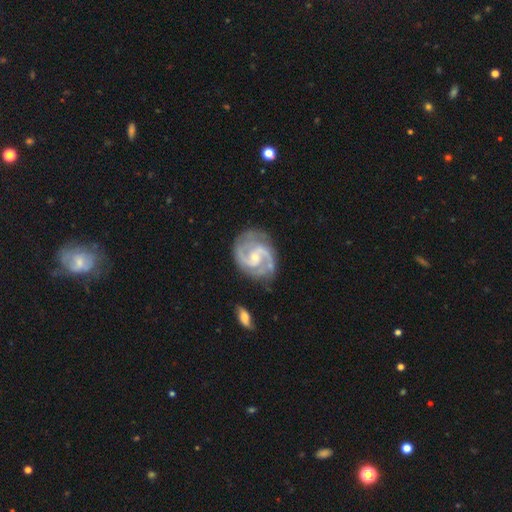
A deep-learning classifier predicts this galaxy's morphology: type=featured or disk (92%); edge-on=no (98%); bar=weak (46%); spiral arms=yes (98%); winding=medium (60%); arm count=2 (87%); bulge=small (61%); merging=none (72%).